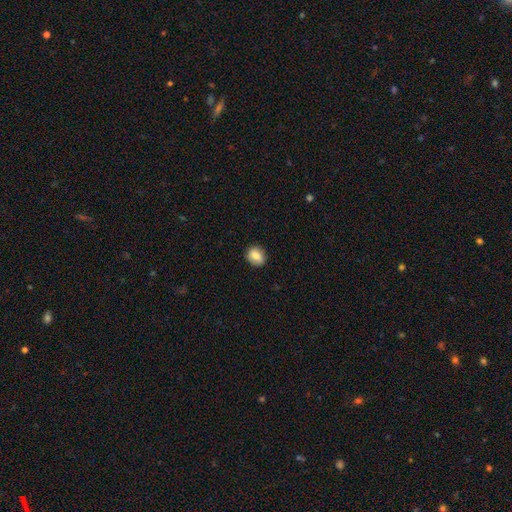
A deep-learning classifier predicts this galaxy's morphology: Smooth or featured? Predicted: smooth (p=0.81). How rounded? Predicted: round (p=0.60). Merging? Predicted: none (p=0.84).